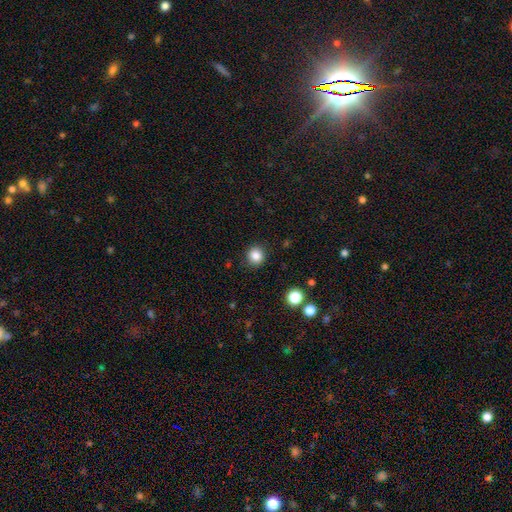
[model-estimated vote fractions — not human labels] This is clearly a smooth galaxy (85%). How rounded: clearly round (89%). Merging: clearly none (89%).